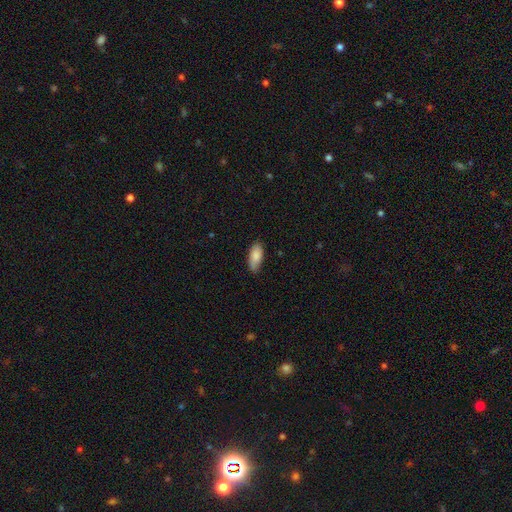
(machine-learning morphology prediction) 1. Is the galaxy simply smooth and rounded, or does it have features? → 86% smooth, 8% featured or disk, 6% star or artifact.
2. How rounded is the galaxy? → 85% in between, 13% cigar-shaped, 2% round.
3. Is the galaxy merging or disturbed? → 77% none, 19% minor disturbance, 3% major disturbance, 1% merger.